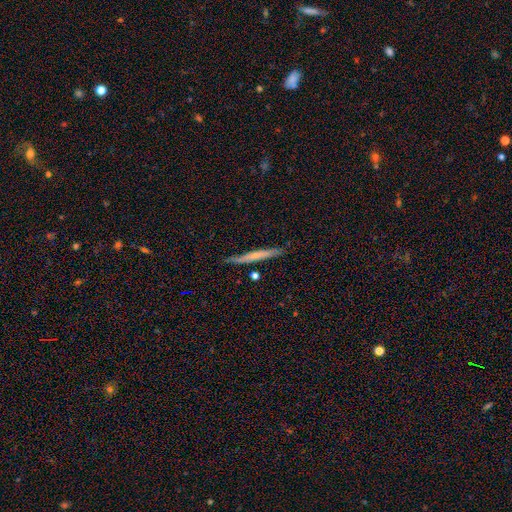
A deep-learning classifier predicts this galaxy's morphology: This appears to be a featured or disk galaxy (49%). Merging: none (84%).